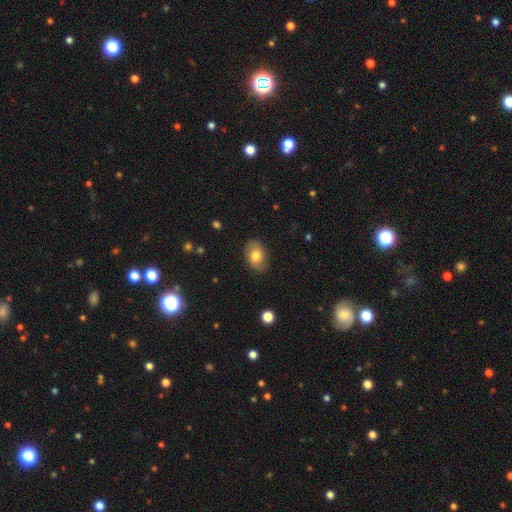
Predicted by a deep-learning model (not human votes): A smooth galaxy with no disk features (70%) that is in between round and cigar-shaped (82%). Merging: none (81%).